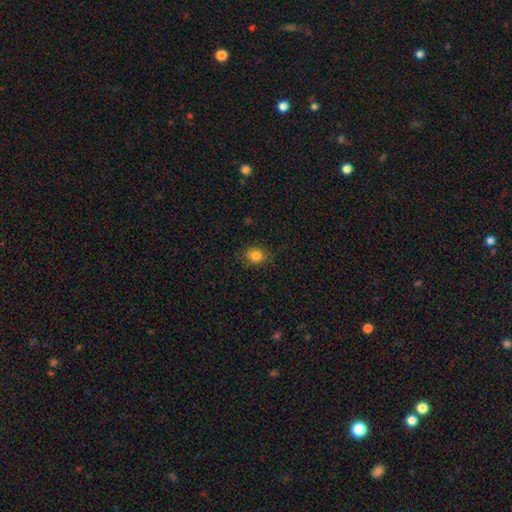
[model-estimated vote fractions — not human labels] smooth 83%, star or artifact 11%, featured or disk 5%. Down the decision tree: how rounded — round (68%); merging — none (85%).